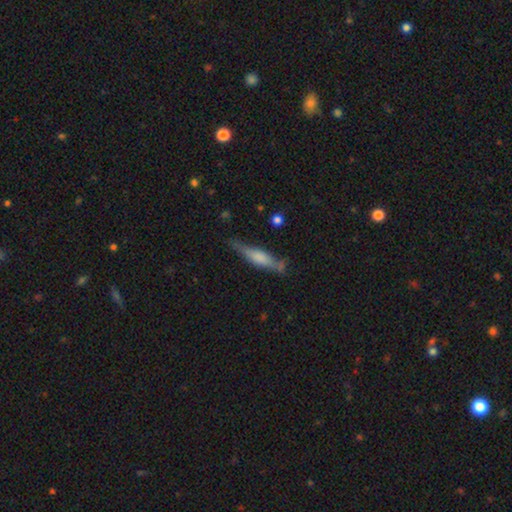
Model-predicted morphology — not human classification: Q: Smooth or featured?
A: featured or disk (58%); runner-up: smooth (34%)
Q: Edge-on disk?
A: yes (93%); runner-up: no (7%)
Q: Edge-on bulge?
A: rounded (56%); runner-up: boxy (33%)
Q: Merging?
A: none (74%); runner-up: minor disturbance (18%)